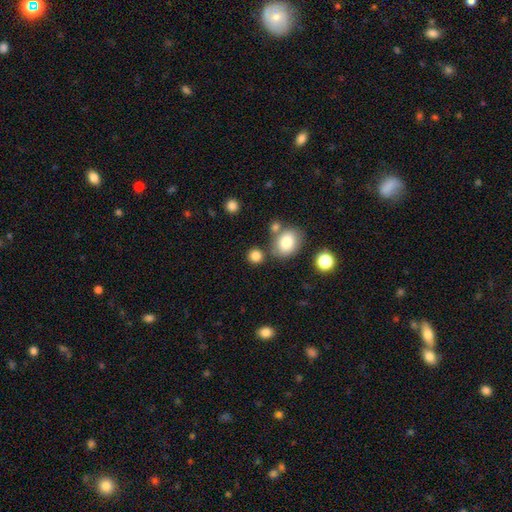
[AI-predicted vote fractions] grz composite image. It shows a smooth galaxy with no disk features (83%) that is round (82%). Merging: none (73%).